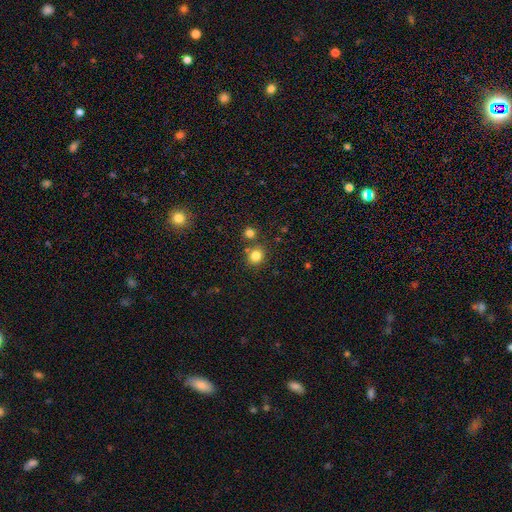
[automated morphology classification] This appears to be a smooth galaxy with no disk features (81%) that is round (84%). Merging: none (73%).